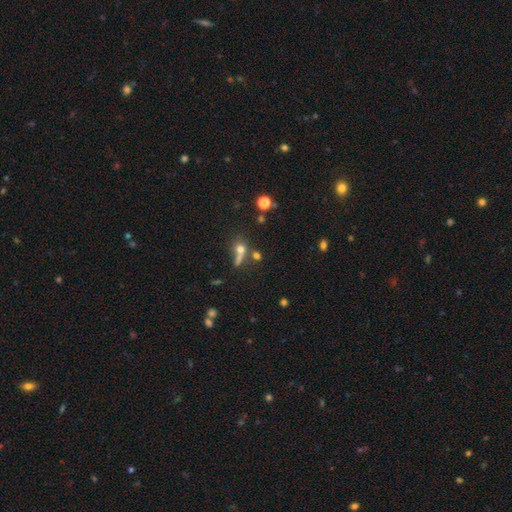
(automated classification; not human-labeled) This is possibly a smooth galaxy (51%). How rounded: likely round (65%). Merging: possibly none (53%).